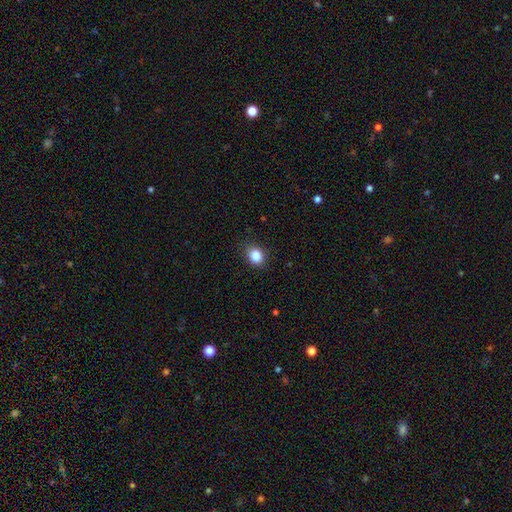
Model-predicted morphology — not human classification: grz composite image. It shows a smooth galaxy with no disk features (86%) that is round (55%). Merging: none (82%).